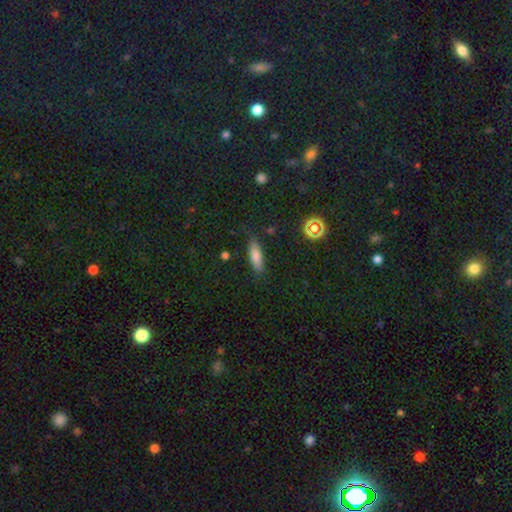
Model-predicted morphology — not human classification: Overall: smooth (77%). How rounded: in between (53%; cigar-shaped 44%). Merging: none (83%).